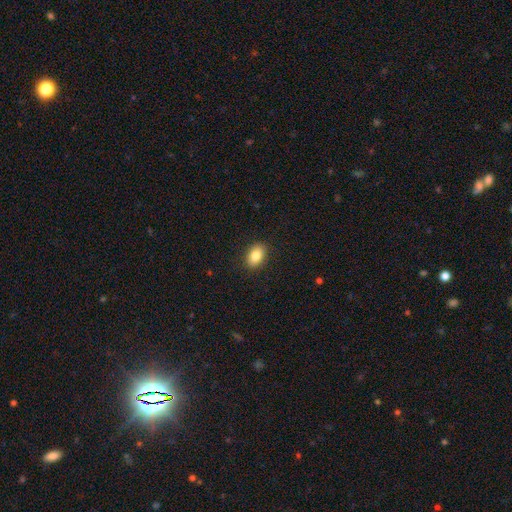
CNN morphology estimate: This is clearly a smooth galaxy (85%). How rounded: clearly in between (83%). Merging: clearly none (89%).